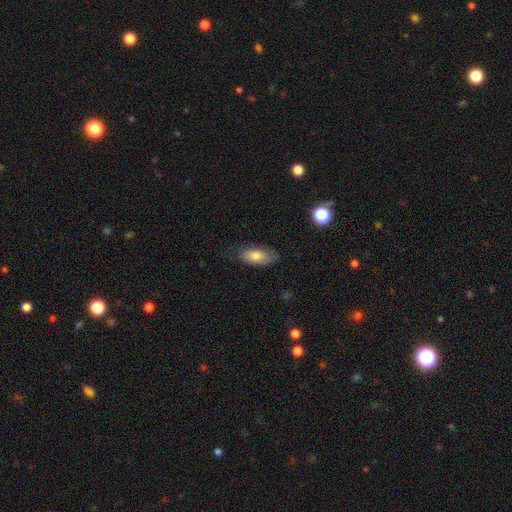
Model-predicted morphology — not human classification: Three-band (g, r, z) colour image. It shows a smooth galaxy with no disk features (75%) that is in between round and cigar-shaped (85%). Merging: none (71%).